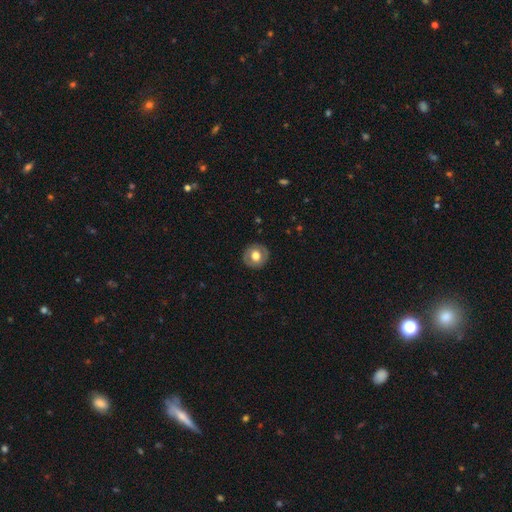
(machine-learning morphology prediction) This is likely a smooth galaxy (60%). How rounded: clearly round (90%). Merging: clearly none (89%).